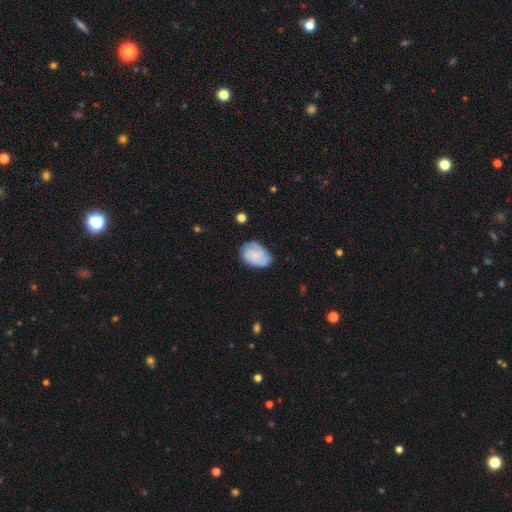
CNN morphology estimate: smooth_or_featured: smooth (p=0.60) [alt: featured or disk p=0.33]
how_rounded: in between (p=0.81) [alt: round p=0.18]
merging: none (p=0.65) [alt: minor disturbance p=0.27]